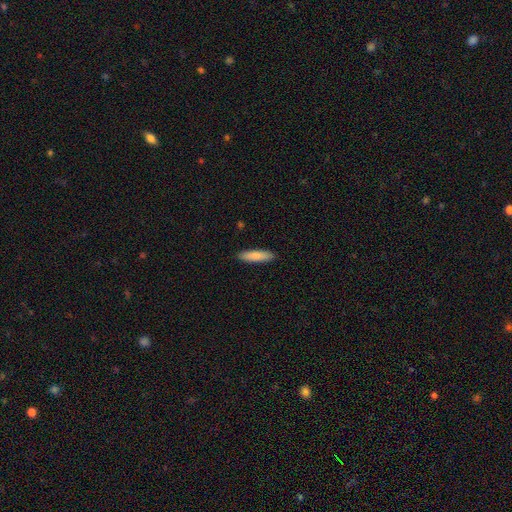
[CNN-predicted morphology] This is clearly a smooth galaxy (84%). How rounded: likely cigar-shaped (77%). Merging: clearly none (90%).